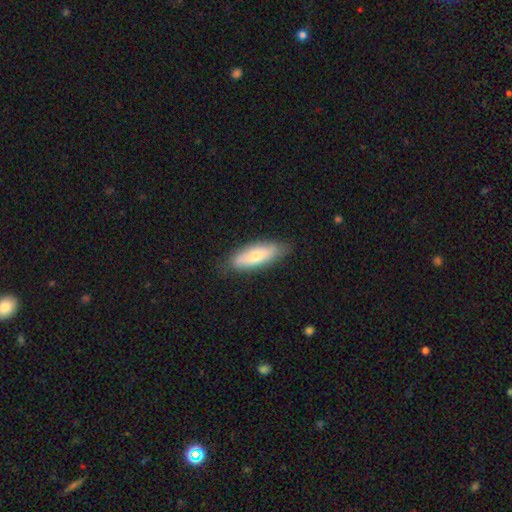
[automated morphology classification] This appears to be a smooth galaxy with no disk features (64%) that is in between round and cigar-shaped (64%). Merging: none (82%).